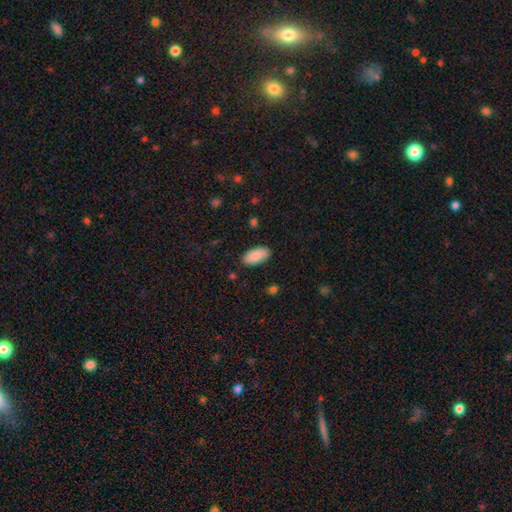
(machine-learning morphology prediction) Smooth or featured? smooth (89%)
How rounded? in between (93%)
Merging? none (87%)